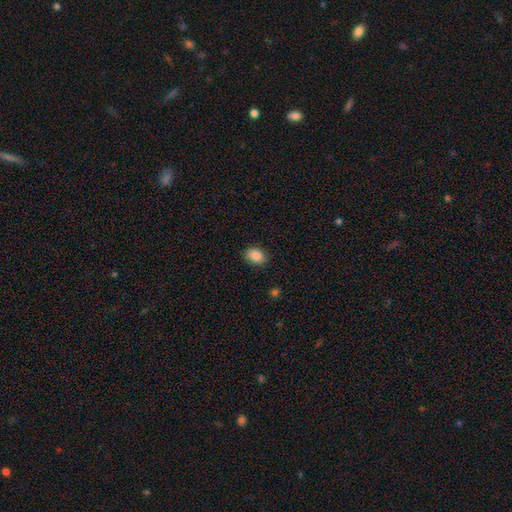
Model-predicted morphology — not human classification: This is clearly a smooth galaxy (88%). How rounded: likely in between (75%). Merging: clearly none (87%).